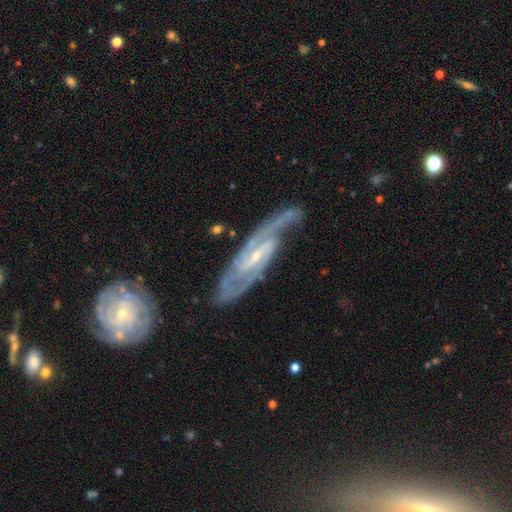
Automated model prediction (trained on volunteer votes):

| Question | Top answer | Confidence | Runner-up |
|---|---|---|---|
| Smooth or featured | featured or disk | 91% | smooth (5%) |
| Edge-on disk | no | 91% | yes (9%) |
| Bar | strong | 44% | weak (41%) |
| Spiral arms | yes | 98% | no (2%) |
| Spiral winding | medium | 49% | tight (37%) |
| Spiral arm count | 2 | 81% | can't tell (7%) |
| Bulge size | small | 74% | moderate (19%) |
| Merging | none | 67% | minor disturbance (19%) |